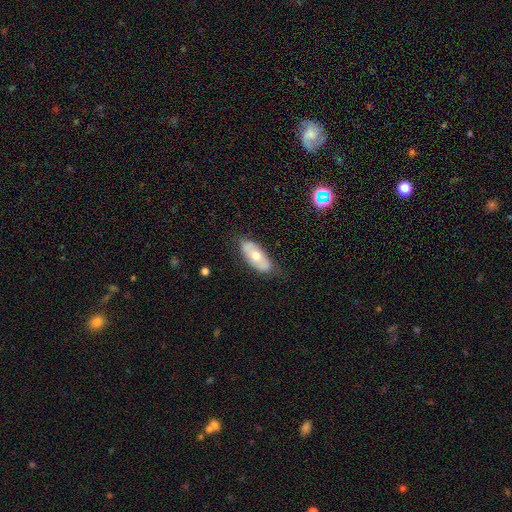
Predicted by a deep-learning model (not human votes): smooth 54%, featured or disk 40%, star or artifact 6%. Down the decision tree: how rounded — in between (87%); merging — none (74%).